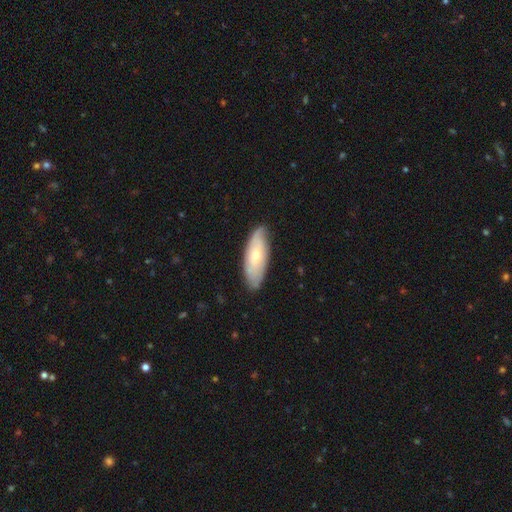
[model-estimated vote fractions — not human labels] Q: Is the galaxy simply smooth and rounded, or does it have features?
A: smooth — 51%.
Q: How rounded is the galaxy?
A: in between — 72%.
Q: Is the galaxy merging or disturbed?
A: none — 79%.